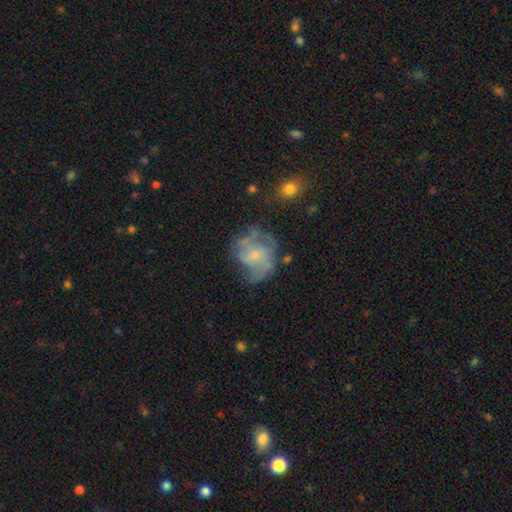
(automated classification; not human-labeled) Morphology: type=featured or disk (67%); edge-on=no (98%); bar=no (52%); spiral arms=yes (75%); bulge=small (64%); merging=none (44%).